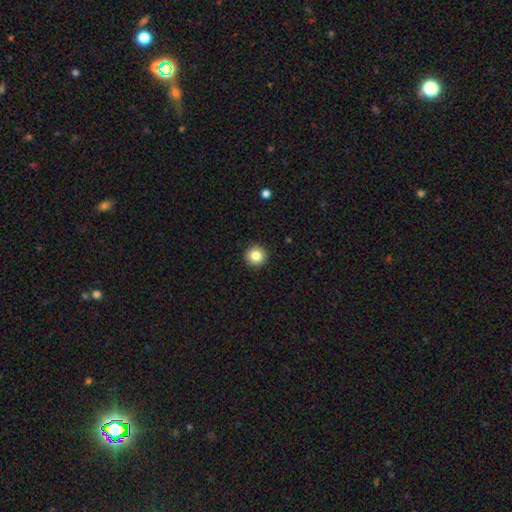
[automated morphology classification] smooth 83%, star or artifact 10%, featured or disk 6%. Down the decision tree: how rounded — round (95%); merging — none (93%).